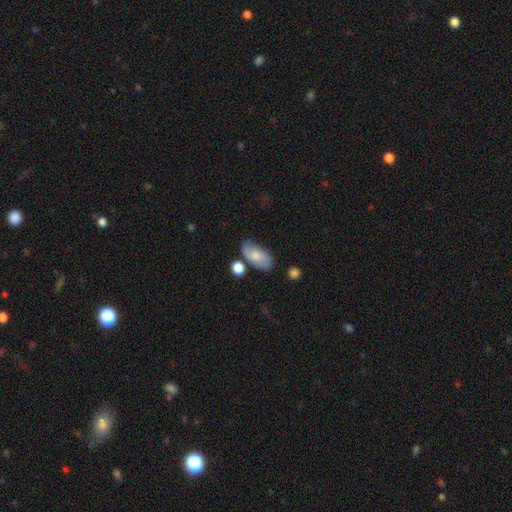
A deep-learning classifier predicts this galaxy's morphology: type=smooth (70%); roundness=in between (92%); merging=none (65%).